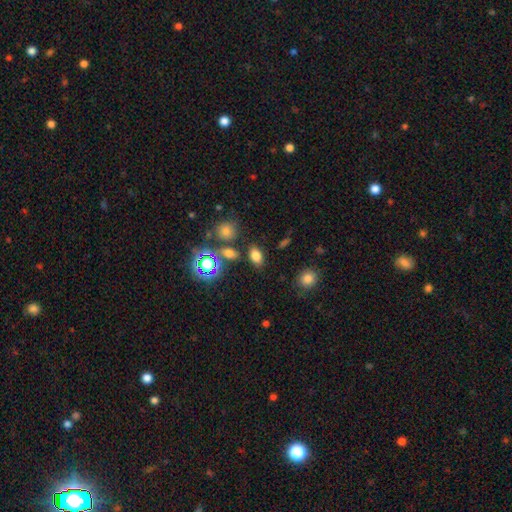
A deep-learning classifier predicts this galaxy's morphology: Smooth or featured? Predicted: smooth (p=0.74). How rounded? Predicted: in between (p=0.84). Merging? Predicted: none (p=0.79).